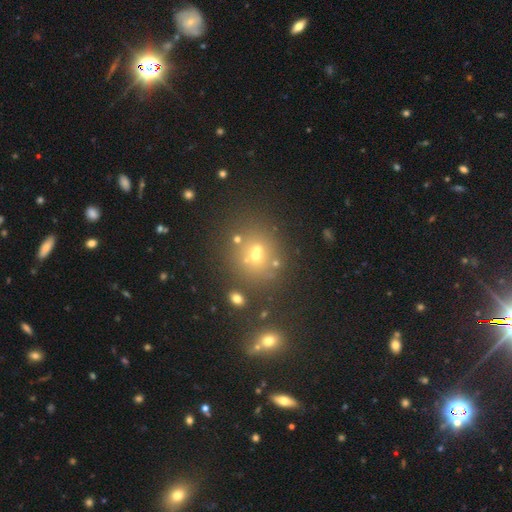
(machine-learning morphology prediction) This appears to be a smooth galaxy with no disk features (49%). Merging: none (60%).